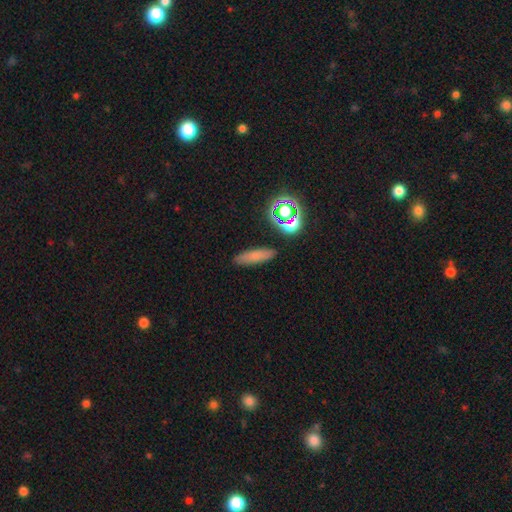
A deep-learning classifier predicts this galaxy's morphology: A smooth galaxy with no disk features (71%) that is cigar-shaped (61%).

Vote fractions:
- Smooth or featured? smooth: 71% / star or artifact: 15% / featured or disk: 14%
- How rounded? cigar-shaped: 61% / in between: 34% / round: 5%
- Merging? none: 86% / minor disturbance: 9% / merger: 3% / major disturbance: 2%